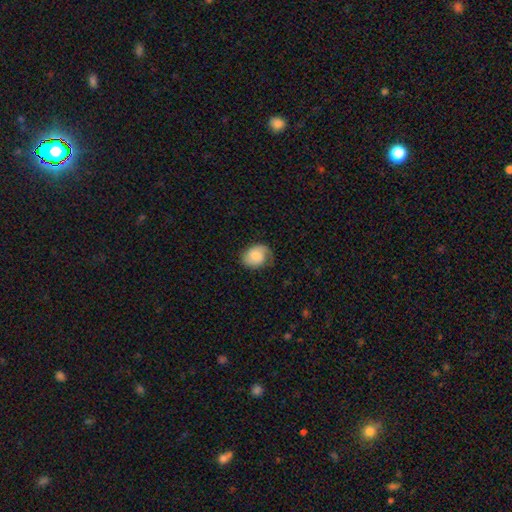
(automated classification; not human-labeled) This appears to be a smooth galaxy with no disk features (58%) that is in between round and cigar-shaped (61%). Merging: none (63%).